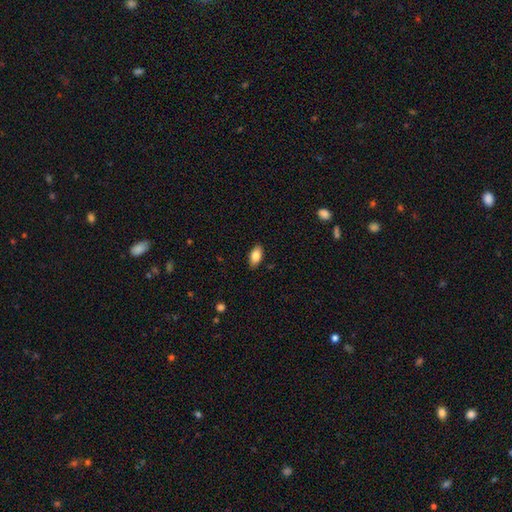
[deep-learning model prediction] Overall: smooth (81%). How rounded: in between (91%). Merging: none (88%).